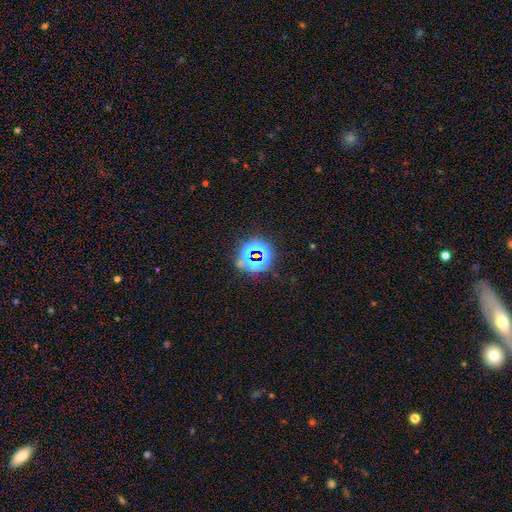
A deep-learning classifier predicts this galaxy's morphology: Overall: star or artifact (69%).